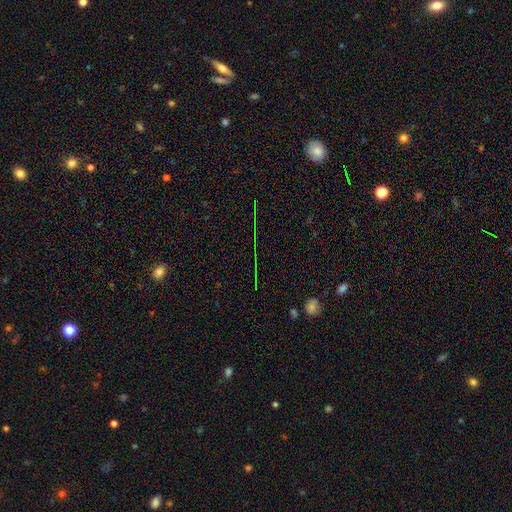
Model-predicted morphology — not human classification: smooth_or_featured: star or artifact (p=0.67) [alt: smooth p=0.20]